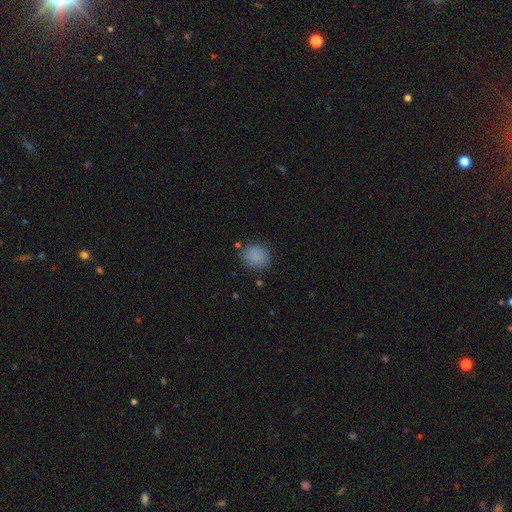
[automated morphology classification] A smooth galaxy with no disk features (87%) that is round (79%). Merging: none (84%).